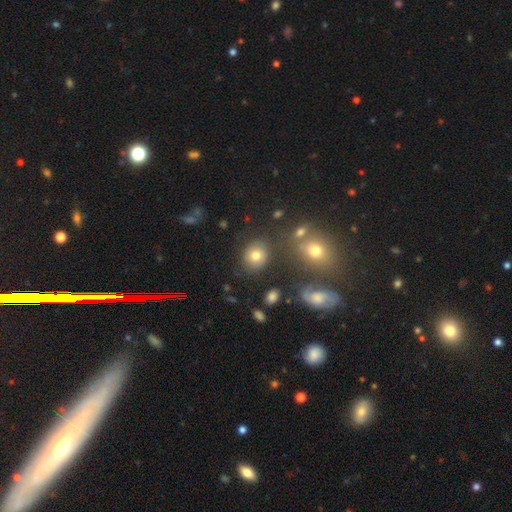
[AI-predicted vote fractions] Q: Smooth or featured?
A: smooth (76%); runner-up: star or artifact (12%)
Q: How rounded?
A: round (74%); runner-up: in between (25%)
Q: Merging?
A: none (81%); runner-up: minor disturbance (10%)